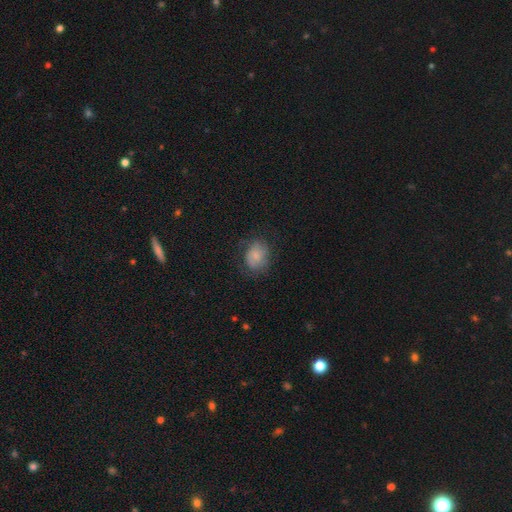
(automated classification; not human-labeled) Smooth or featured? Predicted: smooth (p=0.71). How rounded? Predicted: round (p=0.53). Merging? Predicted: none (p=0.61).